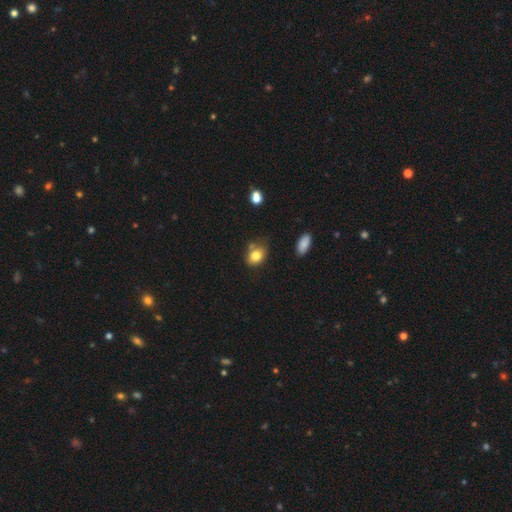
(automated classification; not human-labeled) This appears to be a smooth galaxy with no disk features (81%) that is in between round and cigar-shaped (59%). Merging: none (59%).